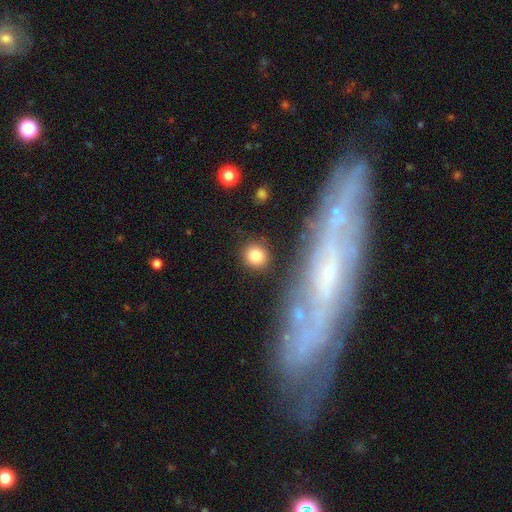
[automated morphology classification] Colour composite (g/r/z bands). It shows a smooth galaxy with no disk features (82%) that is round (82%). Merging: none (85%).